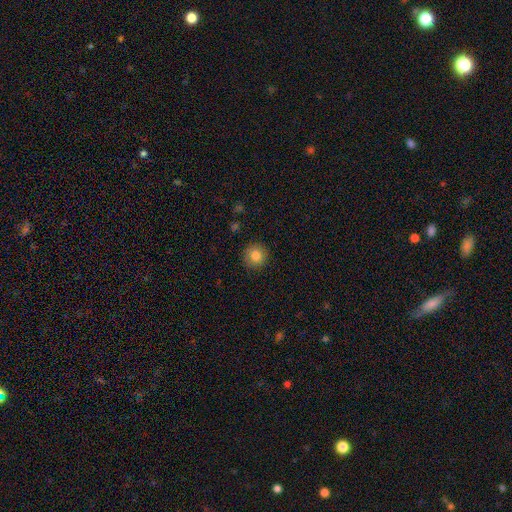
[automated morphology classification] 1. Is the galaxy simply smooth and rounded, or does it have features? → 83% smooth, 10% star or artifact, 7% featured or disk.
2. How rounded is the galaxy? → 94% round, 5% in between, 1% cigar-shaped.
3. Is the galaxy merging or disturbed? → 91% none, 6% minor disturbance, 2% major disturbance, 1% merger.